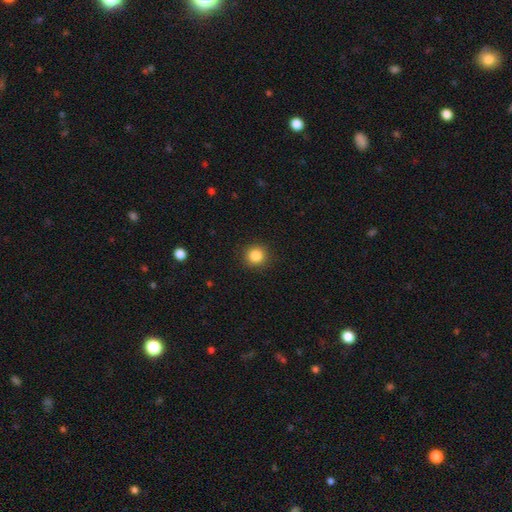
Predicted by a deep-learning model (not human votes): smooth 85%, star or artifact 11%, featured or disk 4%. Down the decision tree: how rounded — round (93%); merging — none (91%).